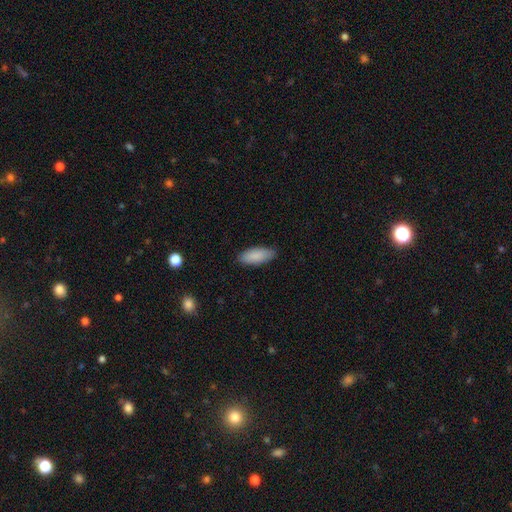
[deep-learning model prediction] Overall: smooth (88%). How rounded: in between (81%). Merging: none (85%).